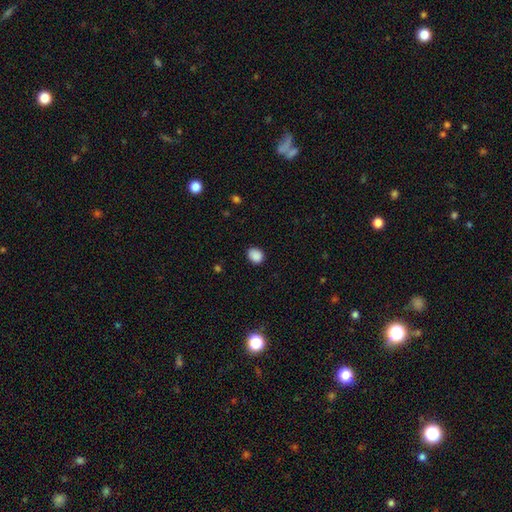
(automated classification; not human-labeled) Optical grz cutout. It shows a smooth galaxy with no disk features (88%) that is round (62%). Merging: none (85%).